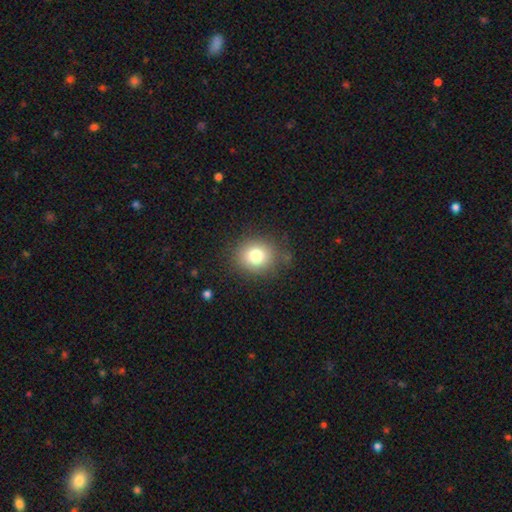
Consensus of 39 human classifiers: Volunteers were most divided on "smooth or featured": smooth: 74%, featured or disk: 21%, star or artifact: 5%. More confident: how rounded — round (86%); merging — none (81%).